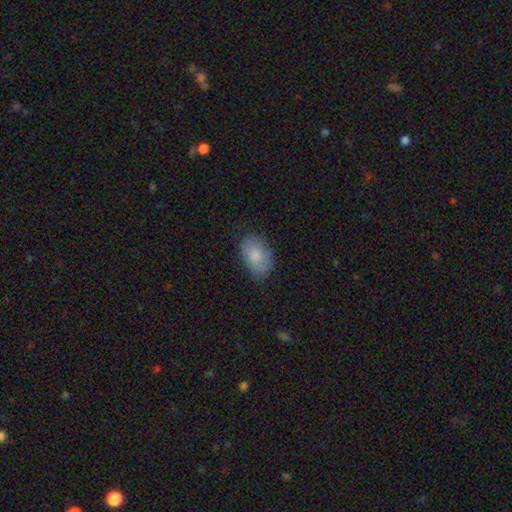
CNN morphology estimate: A smooth galaxy with no disk features (82%) that is in between round and cigar-shaped (89%).

Vote fractions:
- Smooth or featured? smooth: 82% / featured or disk: 11% / star or artifact: 7%
- How rounded? in between: 89% / round: 10% / cigar-shaped: 1%
- Merging? none: 74% / minor disturbance: 20% / major disturbance: 5% / merger: 1%